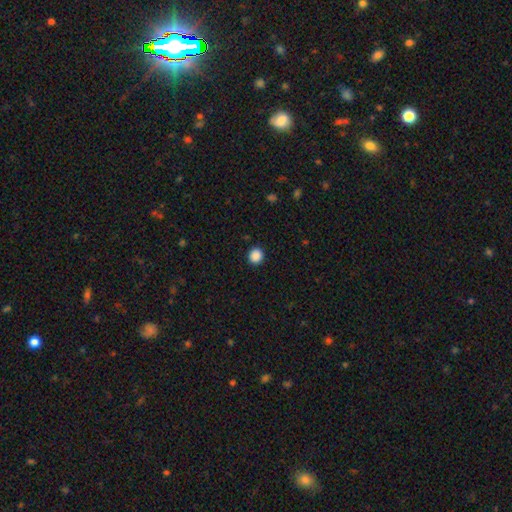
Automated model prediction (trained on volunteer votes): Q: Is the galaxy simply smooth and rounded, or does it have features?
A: smooth — 88%.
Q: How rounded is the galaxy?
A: round — 91%.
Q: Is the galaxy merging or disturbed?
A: none — 92%.